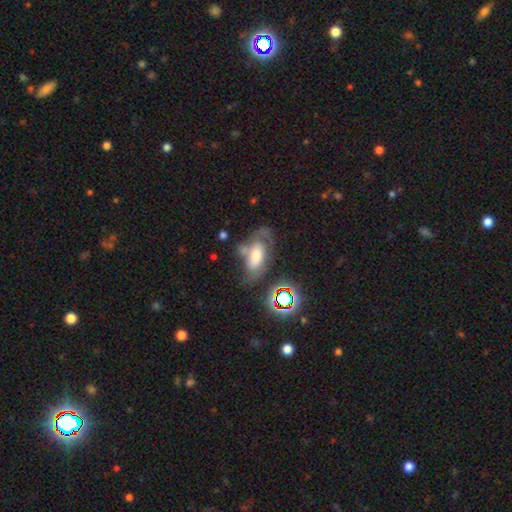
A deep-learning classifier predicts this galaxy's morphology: smooth_or_featured: featured or disk (p=0.44) [alt: smooth p=0.39]
merging: none (p=0.39) [alt: major disturbance p=0.25]